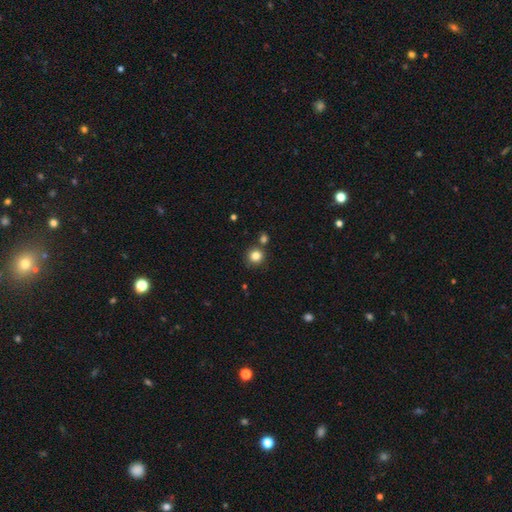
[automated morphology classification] A smooth galaxy with no disk features (83%) that is round (92%).

Vote fractions:
- Smooth or featured? smooth: 83% / star or artifact: 12% / featured or disk: 6%
- How rounded? round: 92% / in between: 7% / cigar-shaped: 1%
- Merging? none: 79% / merger: 10% / minor disturbance: 8% / major disturbance: 3%